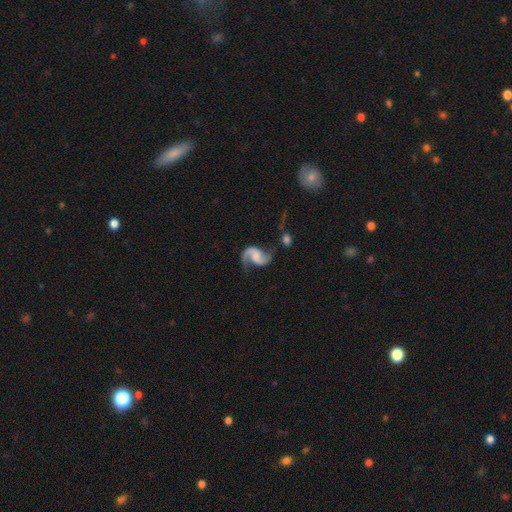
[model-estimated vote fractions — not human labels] This appears to be a featured or disk galaxy (89%) with no bar (47%), 2 (91%) loose (51%) spiral arms (97%) and no central bulge (45%). Merging: none (62%).